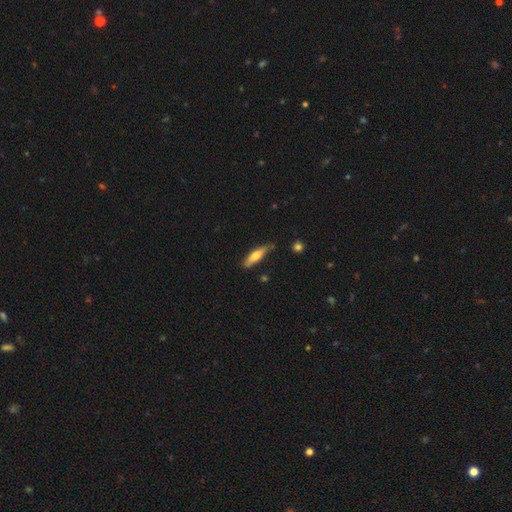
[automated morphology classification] This appears to be a smooth galaxy with no disk features (55%) that is cigar-shaped (76%). Merging: none (74%).